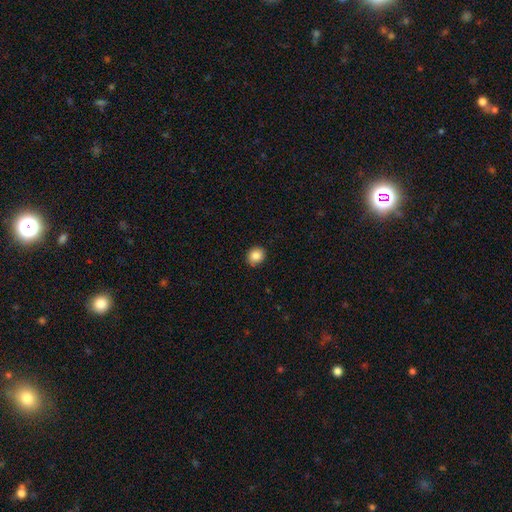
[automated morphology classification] Smooth or featured? Predicted: smooth (p=0.86). How rounded? Predicted: round (p=0.79). Merging? Predicted: none (p=0.90).